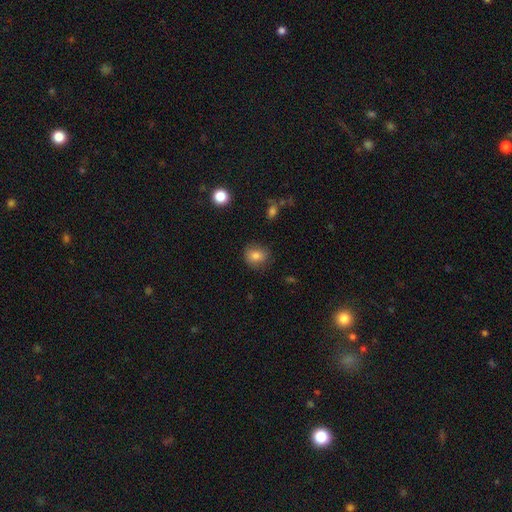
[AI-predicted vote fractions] smooth-or-featured: smooth: 79% | star or artifact: 11% | featured or disk: 10%
  how-rounded: round: 70% | in between: 29% | cigar-shaped: 1%
  merging: none: 77% | minor disturbance: 17% | major disturbance: 4% | merger: 1%